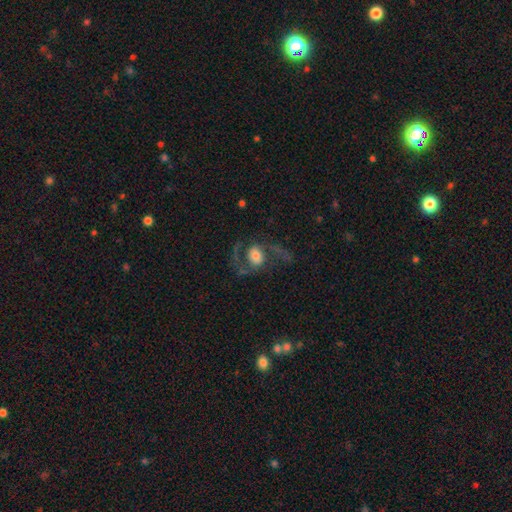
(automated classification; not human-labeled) Morphology: type=featured or disk (66%); edge-on=no (96%); bar=no (59%); spiral arms=yes (84%); winding=loose (52%); arm count=2 (89%); bulge=moderate (46%); merging=none (54%).